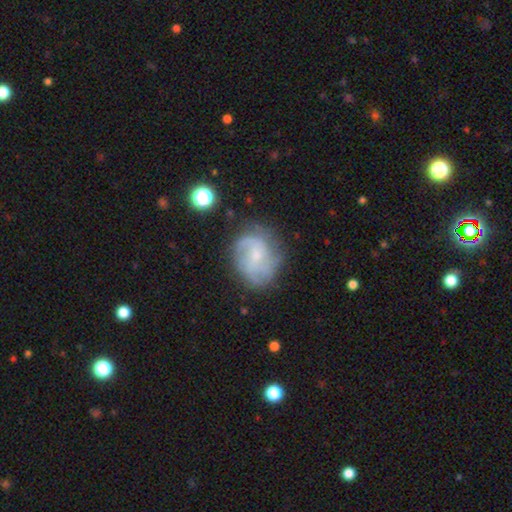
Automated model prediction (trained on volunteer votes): Smooth or featured? Predicted: featured or disk (p=0.67). Edge-on disk? Predicted: no (p=0.98). Bar? Predicted: no (p=0.58). Spiral arms? Predicted: yes (p=0.88). Spiral winding? Predicted: medium (p=0.43). Spiral arm count? Predicted: 2 (p=0.38). Bulge size? Predicted: small (p=0.62). Merging? Predicted: none (p=0.65).